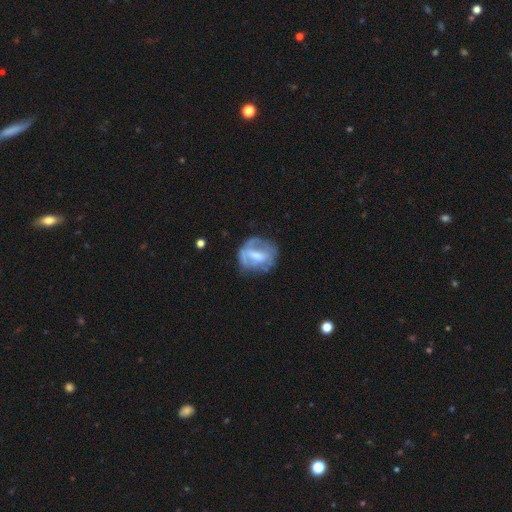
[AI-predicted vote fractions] smooth_or_featured: featured or disk (p=0.55) [alt: smooth p=0.37]
disk_edge_on: no (p=0.96) [alt: yes p=0.04]
bar: weak (p=0.42) [alt: no p=0.31]
has_spiral_arms: no (p=0.61) [alt: yes p=0.39]
bulge_size: moderate (p=0.43) [alt: small p=0.25]
merging: none (p=0.54) [alt: minor disturbance p=0.25]